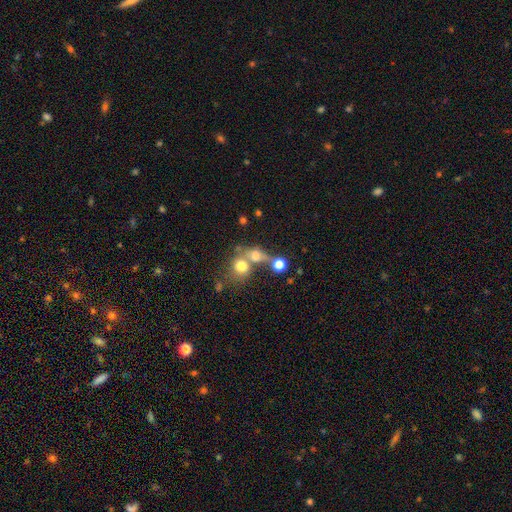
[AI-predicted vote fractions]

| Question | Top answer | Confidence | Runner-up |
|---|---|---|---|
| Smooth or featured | smooth | 68% | featured or disk (16%) |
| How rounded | round | 65% | in between (32%) |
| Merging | merger | 47% | none (35%) |